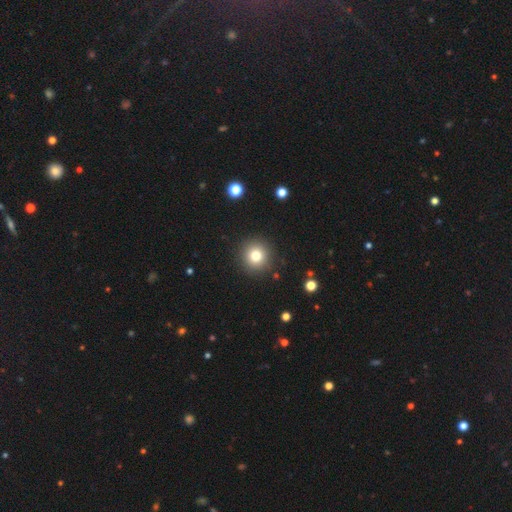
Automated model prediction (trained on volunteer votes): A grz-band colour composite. It shows a smooth galaxy with no disk features (79%) that is round (94%). Merging: none (90%).